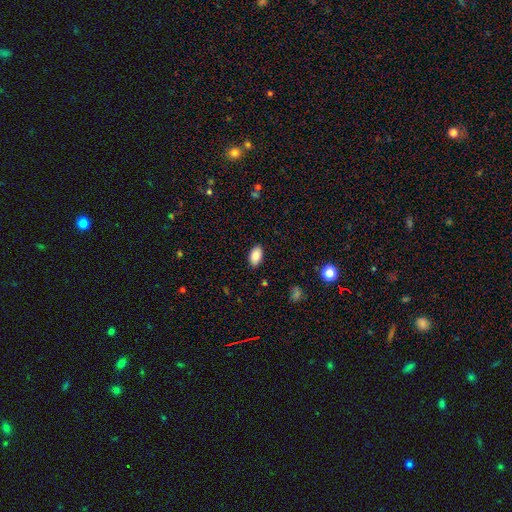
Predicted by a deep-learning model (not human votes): smooth 89%, star or artifact 7%, featured or disk 4%. Down the decision tree: how rounded — in between (94%); merging — none (88%).